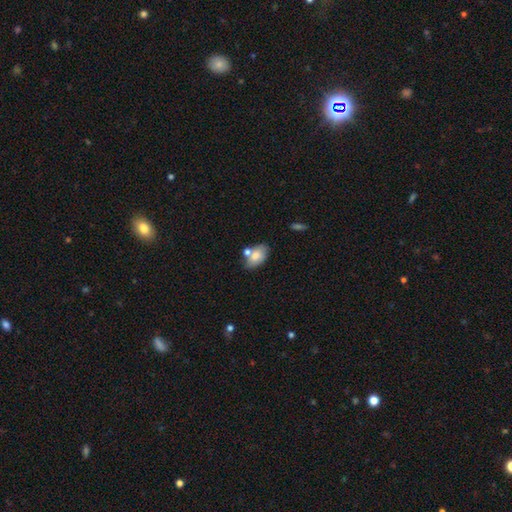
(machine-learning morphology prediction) smooth_or_featured: smooth (p=0.75) [alt: featured or disk p=0.17]
how_rounded: in between (p=0.90) [alt: round p=0.08]
merging: none (p=0.54) [alt: merger p=0.22]